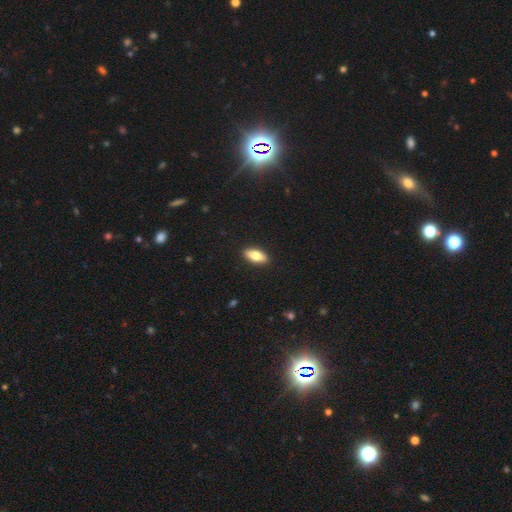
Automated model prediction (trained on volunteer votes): smooth-or-featured: smooth: 75% | featured or disk: 19% | star or artifact: 6%
  how-rounded: in between: 82% | cigar-shaped: 15% | round: 3%
  merging: none: 91% | minor disturbance: 7% | major disturbance: 2% | merger: 1%